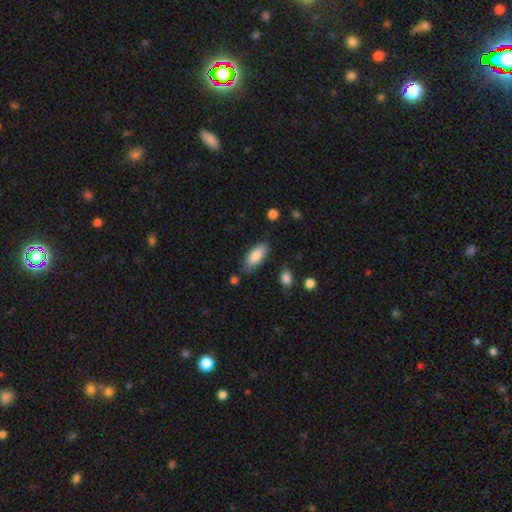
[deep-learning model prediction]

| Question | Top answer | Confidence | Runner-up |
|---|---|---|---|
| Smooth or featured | smooth | 85% | featured or disk (9%) |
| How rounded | in between | 82% | cigar-shaped (16%) |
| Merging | none | 79% | minor disturbance (15%) |